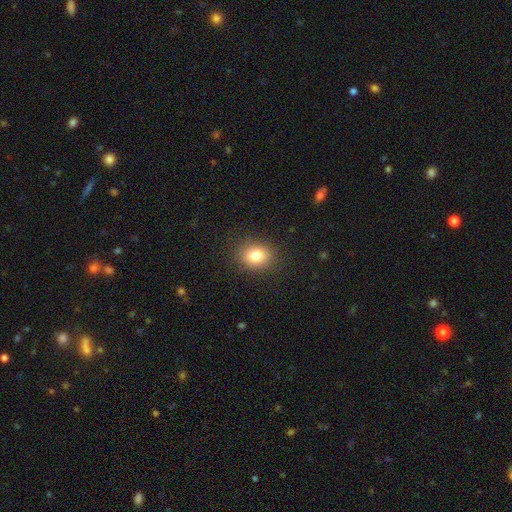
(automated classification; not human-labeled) A smooth galaxy with no disk features (80%) that is round (61%).

Vote fractions:
- Smooth or featured? smooth: 80% / star or artifact: 11% / featured or disk: 9%
- How rounded? round: 61% / in between: 38% / cigar-shaped: 1%
- Merging? none: 88% / minor disturbance: 8% / major disturbance: 3% / merger: 1%